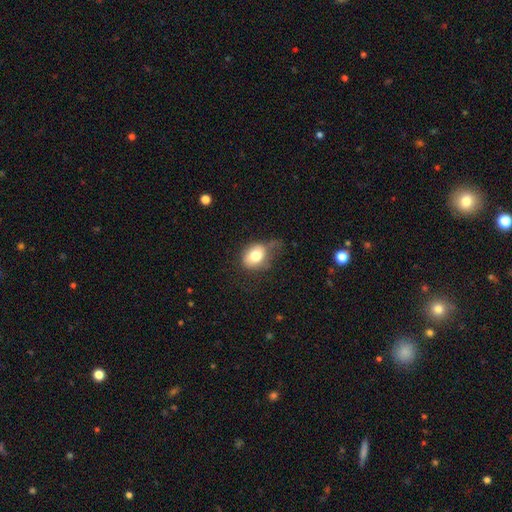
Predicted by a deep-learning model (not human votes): smooth-or-featured: smooth: 76% | featured or disk: 15% | star or artifact: 9%
  how-rounded: in between: 54% | round: 45% | cigar-shaped: 1%
  merging: none: 41% | minor disturbance: 37% | major disturbance: 20% | merger: 3%